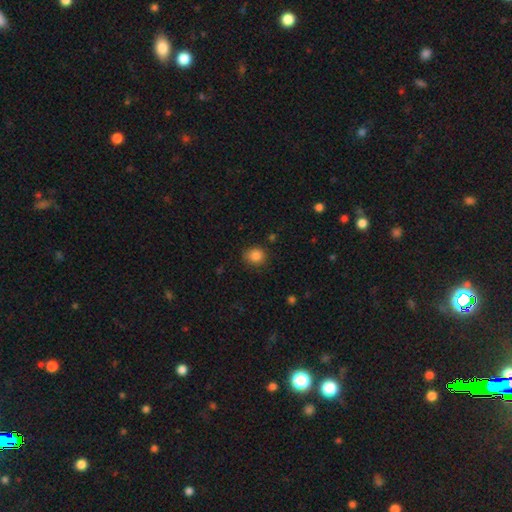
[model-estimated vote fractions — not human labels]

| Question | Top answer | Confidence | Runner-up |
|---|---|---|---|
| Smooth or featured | smooth | 85% | star or artifact (10%) |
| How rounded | round | 75% | in between (24%) |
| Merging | none | 79% | minor disturbance (16%) |